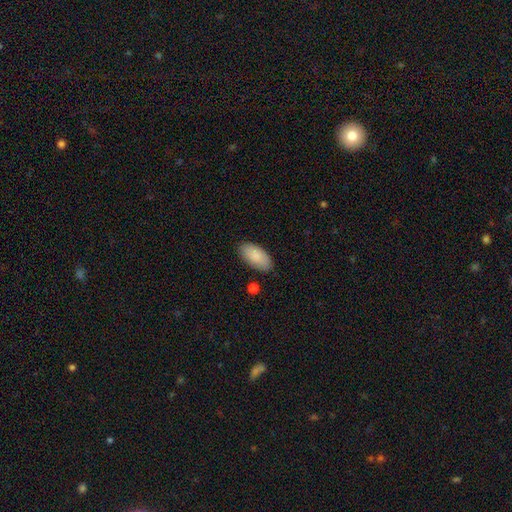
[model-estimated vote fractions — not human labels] smooth-or-featured: smooth: 87% | featured or disk: 7% | star or artifact: 6%
  how-rounded: in between: 94% | cigar-shaped: 4% | round: 2%
  merging: none: 86% | minor disturbance: 10% | major disturbance: 2% | merger: 2%